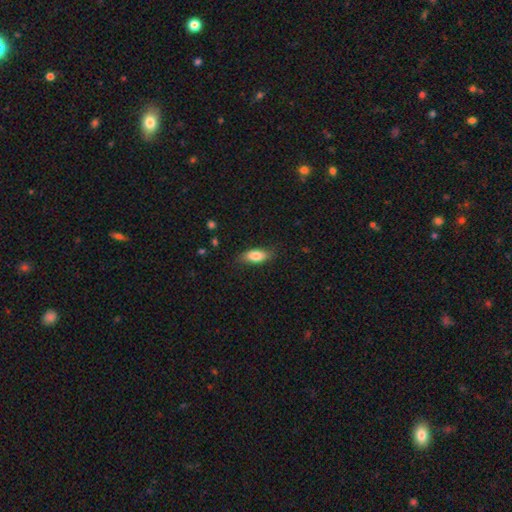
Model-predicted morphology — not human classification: Smooth or featured: smooth — 82% (featured or disk — 11%)
How rounded: in between — 84% (cigar-shaped — 13%)
Merging: none — 81% (minor disturbance — 15%)